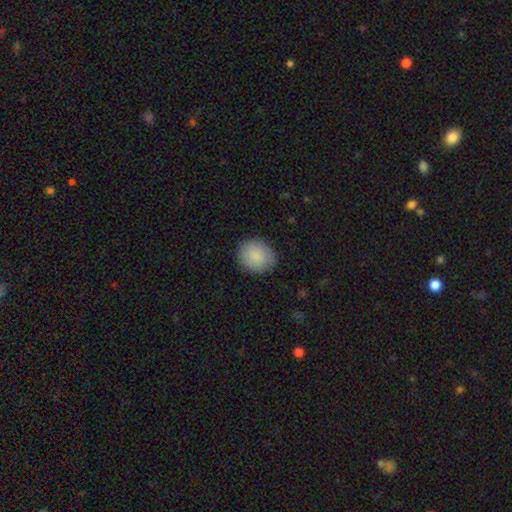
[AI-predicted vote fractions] Q: Smooth or featured?
A: smooth (88%); runner-up: star or artifact (7%)
Q: How rounded?
A: round (68%); runner-up: in between (32%)
Q: Merging?
A: none (86%); runner-up: minor disturbance (10%)